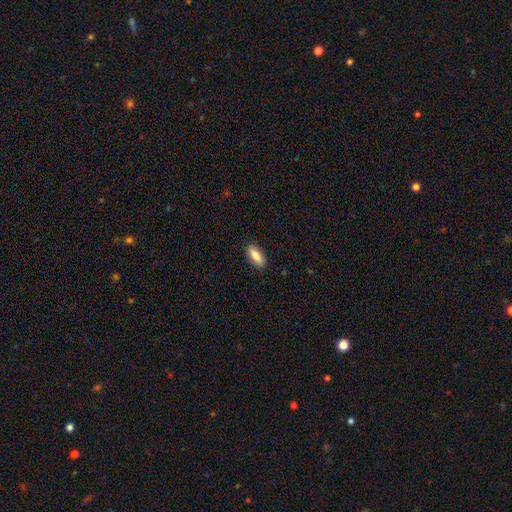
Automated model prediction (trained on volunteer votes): Morphology: type=smooth (84%); roundness=in between (77%); merging=none (88%).